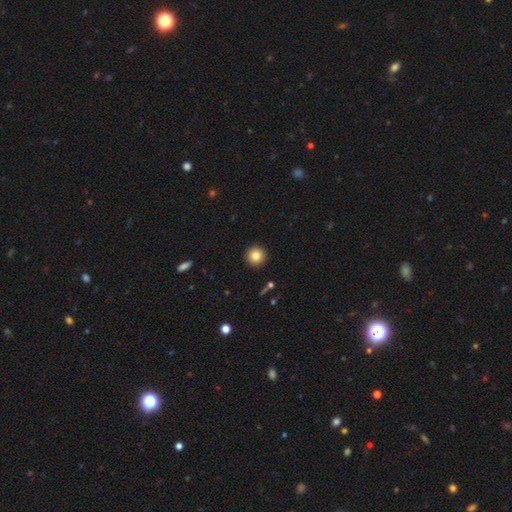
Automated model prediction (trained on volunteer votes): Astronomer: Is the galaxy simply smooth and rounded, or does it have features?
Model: smooth — 82%.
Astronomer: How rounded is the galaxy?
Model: round — 96%.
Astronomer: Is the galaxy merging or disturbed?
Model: none — 93%.